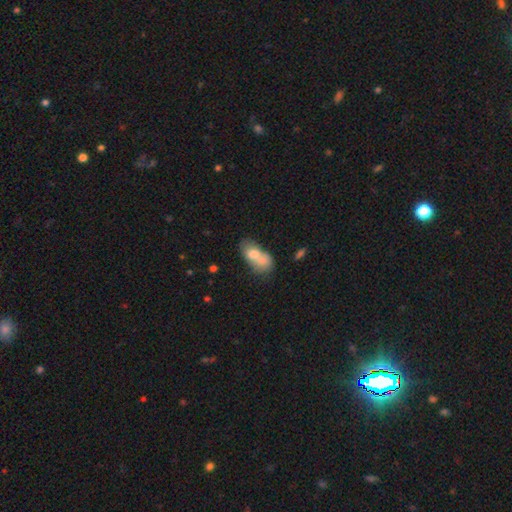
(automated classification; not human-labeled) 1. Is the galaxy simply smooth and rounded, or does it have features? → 68% smooth, 24% featured or disk, 8% star or artifact.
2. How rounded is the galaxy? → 82% in between, 14% round, 4% cigar-shaped.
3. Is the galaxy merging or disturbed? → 65% merger, 19% none, 10% minor disturbance, 6% major disturbance.